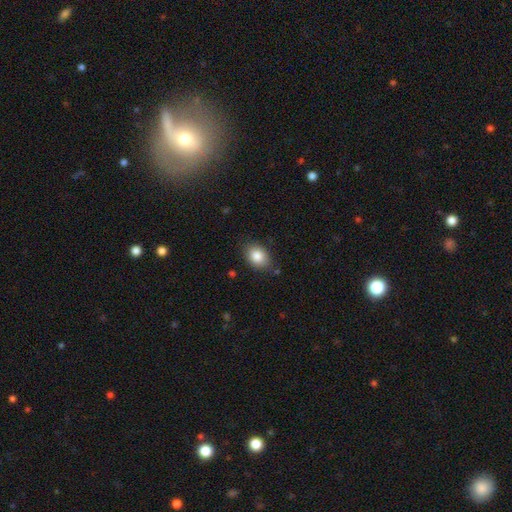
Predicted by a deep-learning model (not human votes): smooth_or_featured: smooth (p=0.86) [alt: star or artifact p=0.08]
how_rounded: in between (p=0.68) [alt: round p=0.31]
merging: none (p=0.80) [alt: minor disturbance p=0.15]